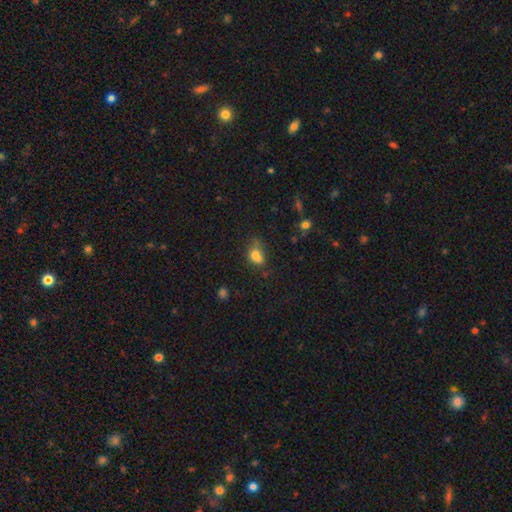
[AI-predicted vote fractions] smooth_or_featured: smooth (p=0.73) [alt: star or artifact p=0.14]
how_rounded: in between (p=0.63) [alt: round p=0.35]
merging: none (p=0.35) [alt: merger p=0.29]